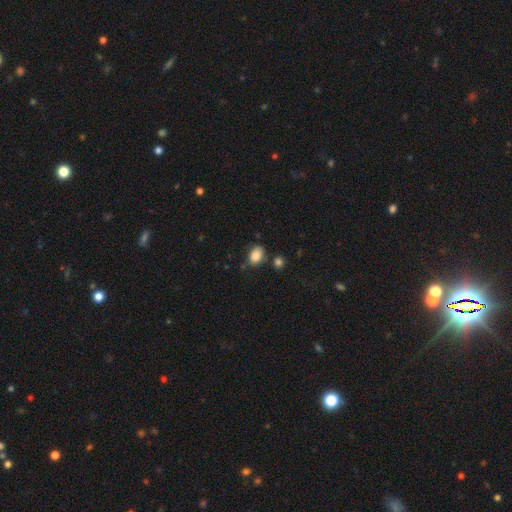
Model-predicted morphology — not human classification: Q: Smooth or featured?
A: smooth (86%); runner-up: star or artifact (9%)
Q: How rounded?
A: in between (79%); runner-up: round (20%)
Q: Merging?
A: none (75%); runner-up: minor disturbance (15%)